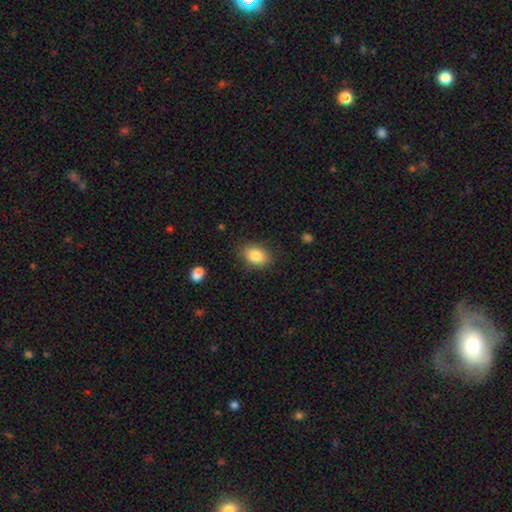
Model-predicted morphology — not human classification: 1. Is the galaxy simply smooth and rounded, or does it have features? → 84% smooth, 8% star or artifact, 7% featured or disk.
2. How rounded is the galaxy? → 77% in between, 21% round, 1% cigar-shaped.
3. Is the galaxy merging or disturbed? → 84% none, 12% minor disturbance, 3% major disturbance, 1% merger.